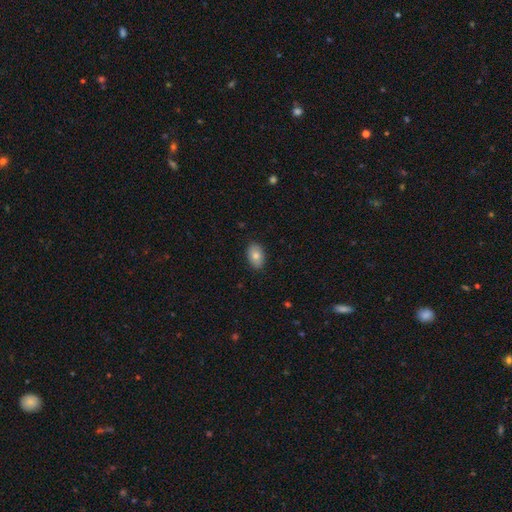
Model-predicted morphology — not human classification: A smooth galaxy with no disk features (79%) that is in between round and cigar-shaped (89%). Merging: none (87%).